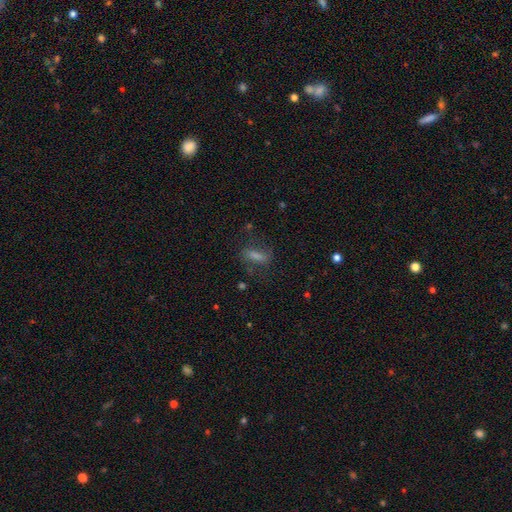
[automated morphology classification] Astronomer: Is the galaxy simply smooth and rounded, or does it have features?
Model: smooth — 46% (runner-up: featured or disk, 34%).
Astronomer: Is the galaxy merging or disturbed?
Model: none — 70%.